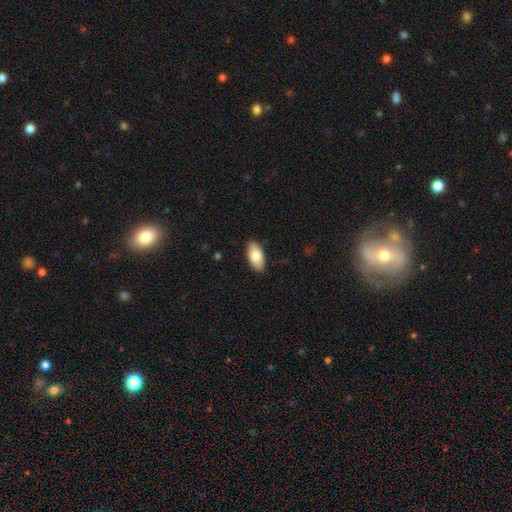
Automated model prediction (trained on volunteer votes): Morphology: type=smooth (83%); roundness=in between (93%); merging=none (89%).